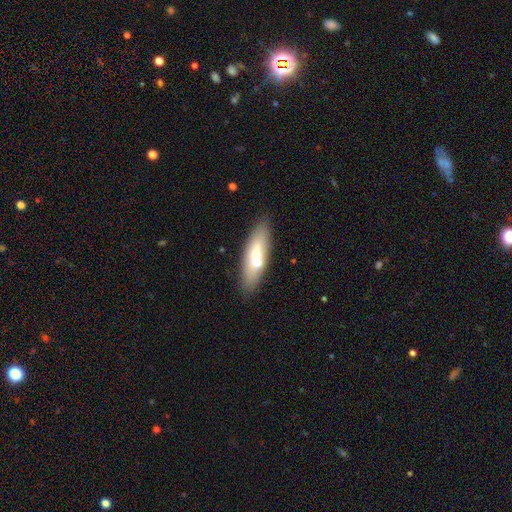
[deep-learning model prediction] This appears to be a smooth galaxy with no disk features (58%) that is in between round and cigar-shaped (51%). Merging: none (71%).